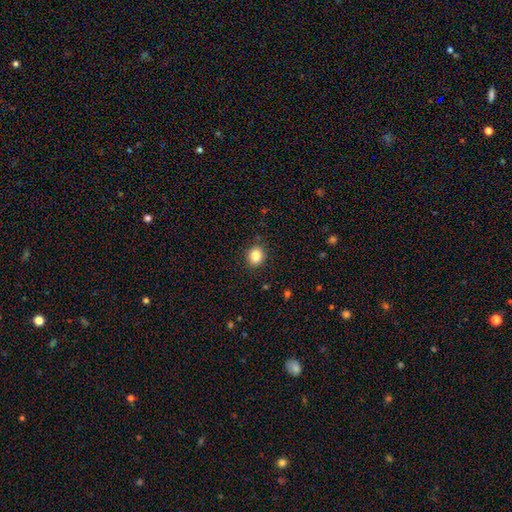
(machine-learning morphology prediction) Smooth or featured? smooth (84%)
How rounded? round (73%)
Merging? none (89%)